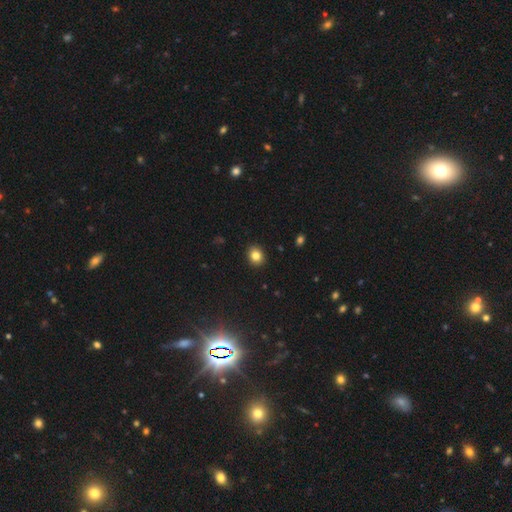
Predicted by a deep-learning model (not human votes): smooth 83%, star or artifact 11%, featured or disk 6%. Down the decision tree: how rounded — round (65%); merging — none (91%).